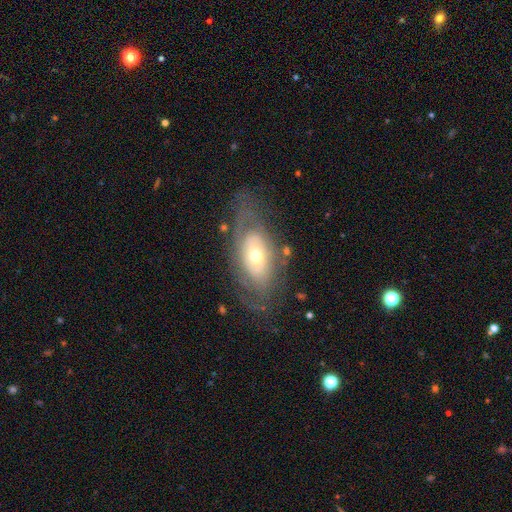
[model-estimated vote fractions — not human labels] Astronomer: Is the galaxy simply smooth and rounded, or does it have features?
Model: featured or disk — 69%.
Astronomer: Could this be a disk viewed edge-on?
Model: no — 90%.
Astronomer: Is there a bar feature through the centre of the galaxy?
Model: no — 80%.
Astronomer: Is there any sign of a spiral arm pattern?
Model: yes — 62% (runner-up: no, 38%).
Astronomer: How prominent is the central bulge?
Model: moderate — 50% (runner-up: small, 43%).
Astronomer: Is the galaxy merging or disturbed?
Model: none — 65%.